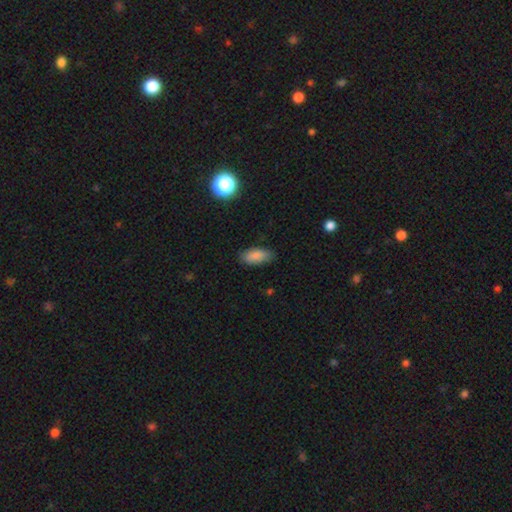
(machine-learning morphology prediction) This appears to be a smooth galaxy with no disk features (85%) that is in between round and cigar-shaped (85%). Merging: none (81%).